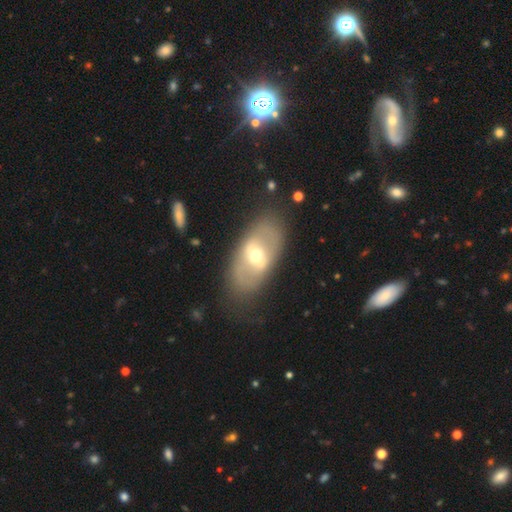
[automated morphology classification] A featured or disk galaxy (59%) with a weak bar (42%), no spiral arms (70%) and a moderate central bulge (63%). Merging: none (78%).